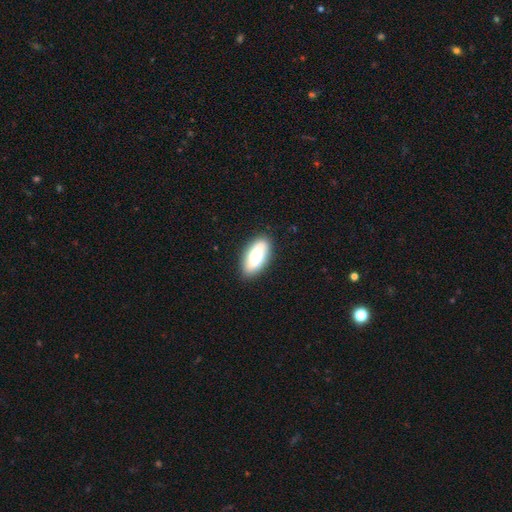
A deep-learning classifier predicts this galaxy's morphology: A smooth galaxy with no disk features (70%) that is in between round and cigar-shaped (90%).

Vote fractions:
- Smooth or featured? smooth: 70% / featured or disk: 23% / star or artifact: 7%
- How rounded? in between: 90% / cigar-shaped: 7% / round: 3%
- Merging? none: 85% / minor disturbance: 11% / major disturbance: 2% / merger: 1%